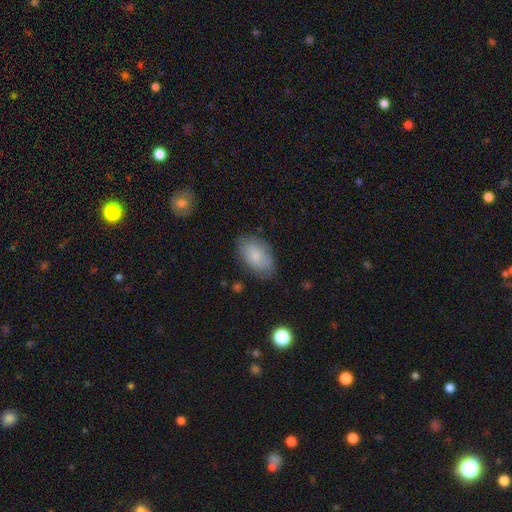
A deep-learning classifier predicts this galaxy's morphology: smooth 77%, featured or disk 16%, star or artifact 7%. Down the decision tree: how rounded — in between (93%); merging — none (77%).